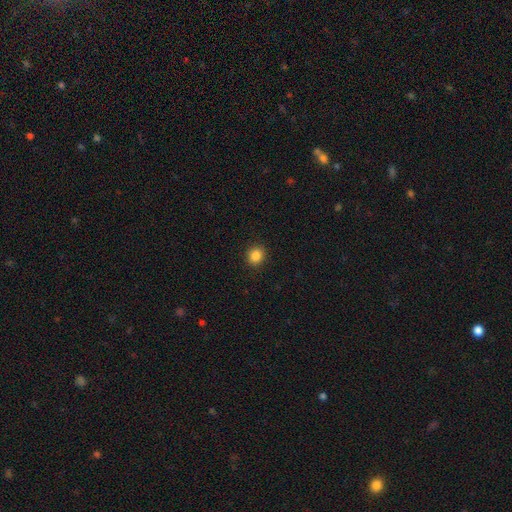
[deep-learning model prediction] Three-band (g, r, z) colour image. It shows a smooth galaxy with no disk features (86%) that is round (78%). Merging: none (91%).